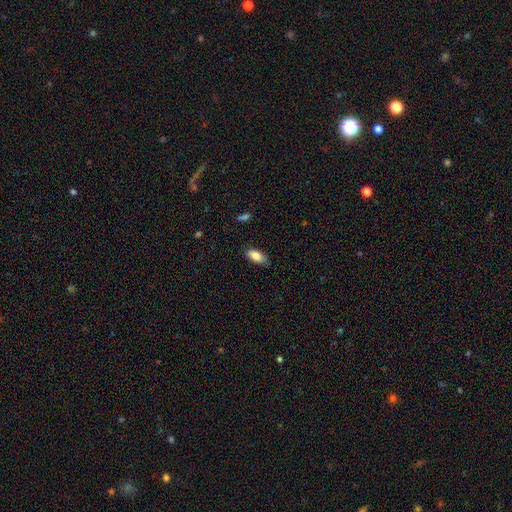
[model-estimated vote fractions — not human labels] A smooth galaxy with no disk features (82%) that is in between round and cigar-shaped (89%).

Vote fractions:
- Smooth or featured? smooth: 82% / featured or disk: 11% / star or artifact: 7%
- How rounded? in between: 89% / cigar-shaped: 8% / round: 3%
- Merging? none: 80% / minor disturbance: 16% / major disturbance: 3% / merger: 1%